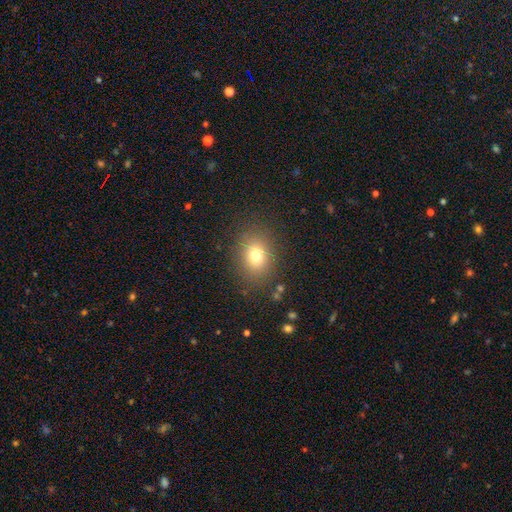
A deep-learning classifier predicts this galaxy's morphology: Smooth or featured: smooth — 76% (star or artifact — 13%)
How rounded: in between — 53% (round — 46%)
Merging: none — 85% (minor disturbance — 10%)